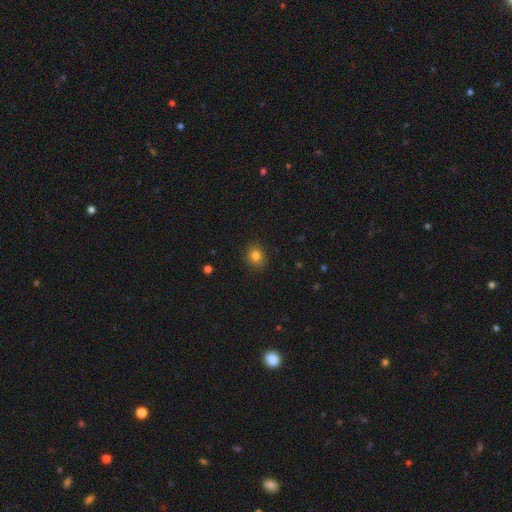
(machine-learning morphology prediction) smooth 82%, star or artifact 12%, featured or disk 6%. Down the decision tree: how rounded — round (67%); merging — none (88%).